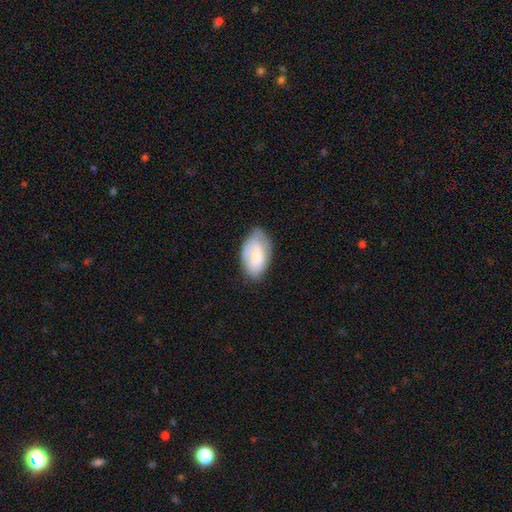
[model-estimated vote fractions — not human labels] smooth_or_featured: smooth (p=0.60) [alt: featured or disk p=0.33]
how_rounded: in between (p=0.93) [alt: round p=0.05]
merging: none (p=0.64) [alt: minor disturbance p=0.28]